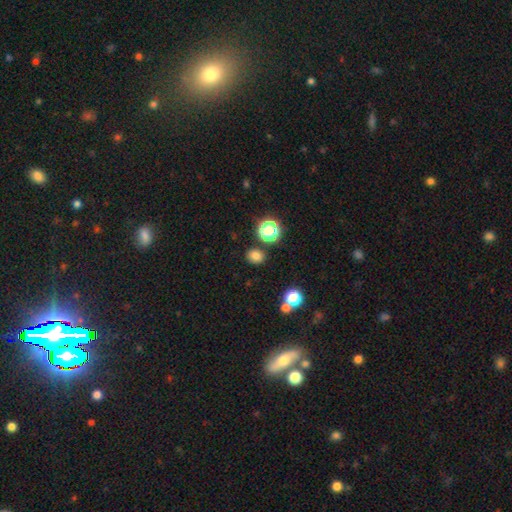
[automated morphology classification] Q: Smooth or featured?
A: smooth (77%); runner-up: star or artifact (18%)
Q: How rounded?
A: round (65%); runner-up: in between (34%)
Q: Merging?
A: none (84%); runner-up: minor disturbance (9%)